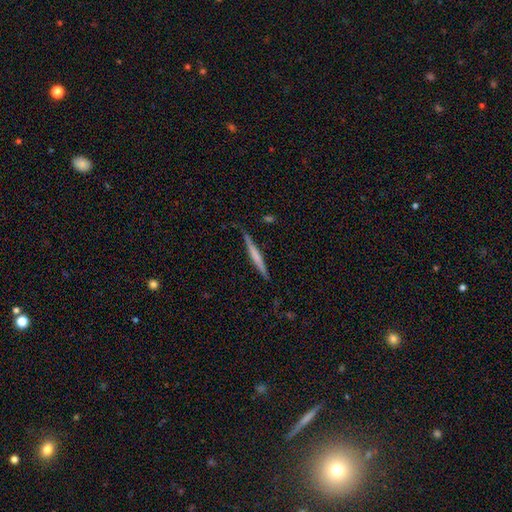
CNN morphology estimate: This is possibly a featured or disk galaxy (51%). It is clearly viewed edge-on (97%). Merging: clearly none (86%).